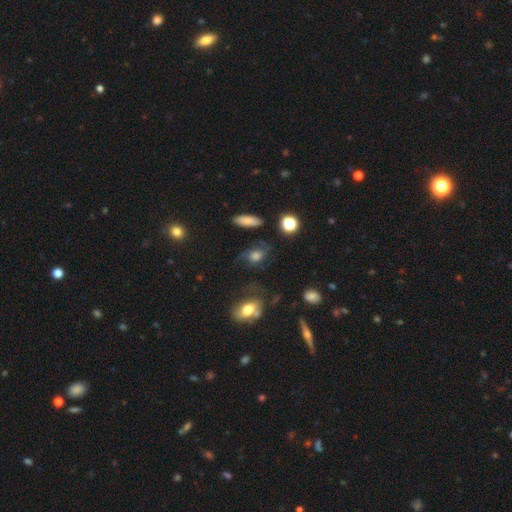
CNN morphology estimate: Q: Smooth or featured?
A: smooth (45%); runner-up: featured or disk (38%)
Q: Merging?
A: none (54%); runner-up: minor disturbance (22%)